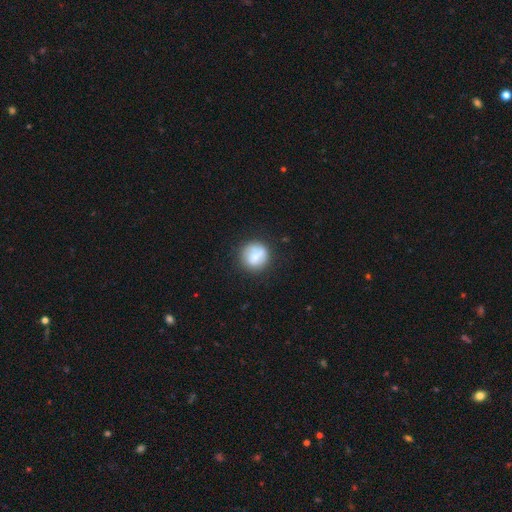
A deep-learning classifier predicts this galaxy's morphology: type=smooth (64%); roundness=round (90%); merging=none (75%).